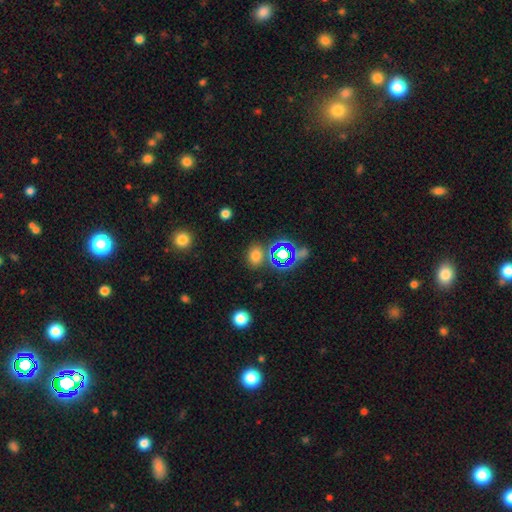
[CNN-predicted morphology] Smooth or featured: smooth — 67% (star or artifact — 26%)
How rounded: round — 50% (in between — 48%)
Merging: none — 76% (minor disturbance — 11%)